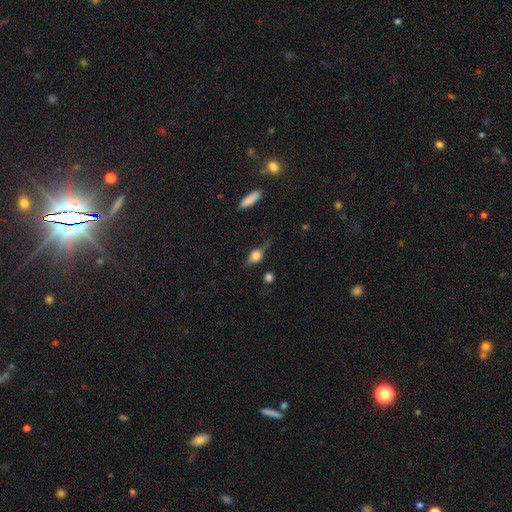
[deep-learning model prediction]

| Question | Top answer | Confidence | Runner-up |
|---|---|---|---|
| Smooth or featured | featured or disk | 49% | smooth (39%) |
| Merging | none | 65% | minor disturbance (22%) |